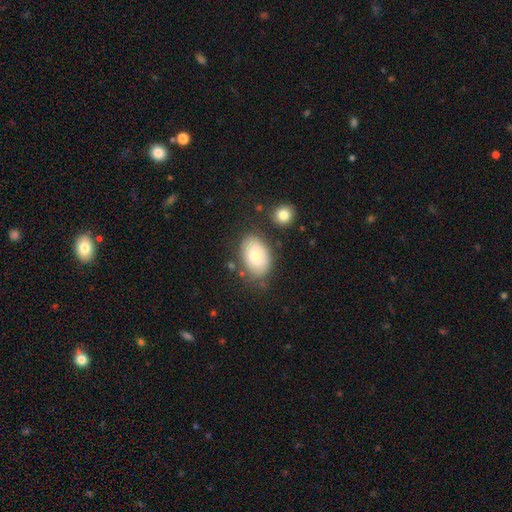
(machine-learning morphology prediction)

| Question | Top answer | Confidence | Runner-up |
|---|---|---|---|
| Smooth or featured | smooth | 76% | featured or disk (17%) |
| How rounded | in between | 89% | round (10%) |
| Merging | none | 71% | minor disturbance (18%) |